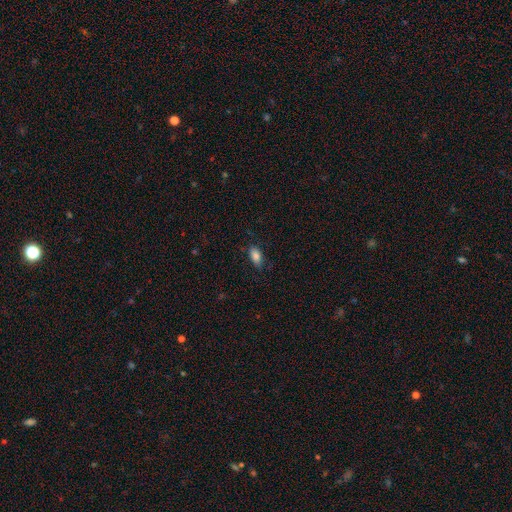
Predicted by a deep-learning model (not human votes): smooth_or_featured: smooth (p=0.86) [alt: star or artifact p=0.08]
how_rounded: in between (p=0.90) [alt: cigar-shaped p=0.06]
merging: none (p=0.81) [alt: minor disturbance p=0.15]